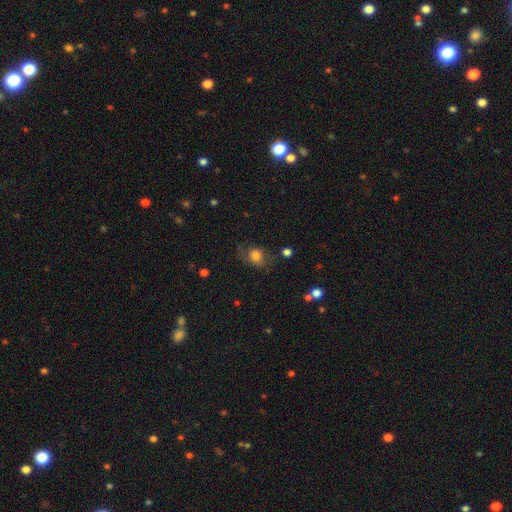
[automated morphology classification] smooth_or_featured: smooth (p=0.70) [alt: featured or disk p=0.20]
how_rounded: in between (p=0.50) [alt: round p=0.48]
merging: none (p=0.56) [alt: minor disturbance p=0.24]